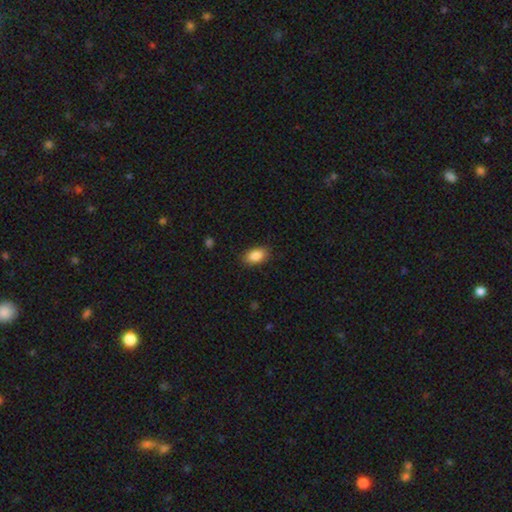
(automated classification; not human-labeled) Smooth or featured: smooth — 88% (star or artifact — 7%)
How rounded: in between — 91% (round — 7%)
Merging: none — 87% (minor disturbance — 10%)